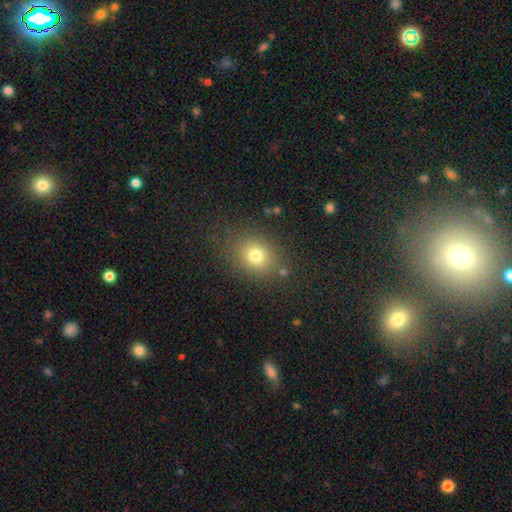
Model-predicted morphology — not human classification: Overall: smooth (75%). How rounded: round (68%; in between 31%). Merging: none (82%).